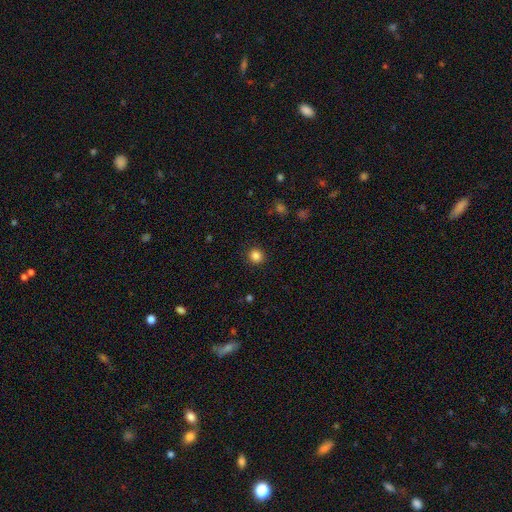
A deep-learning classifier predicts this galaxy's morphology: The model was most divided on "smooth or featured": smooth: 85%, star or artifact: 11%, featured or disk: 4%. More confident: merging — none (91%); how rounded — round (90%).